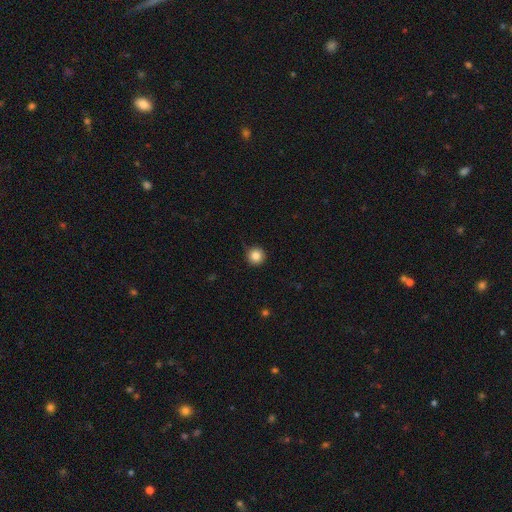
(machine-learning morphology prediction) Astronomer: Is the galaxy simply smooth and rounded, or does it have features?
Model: smooth — 85%.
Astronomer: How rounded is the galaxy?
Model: round — 96%.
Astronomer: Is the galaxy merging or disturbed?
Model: none — 88%.